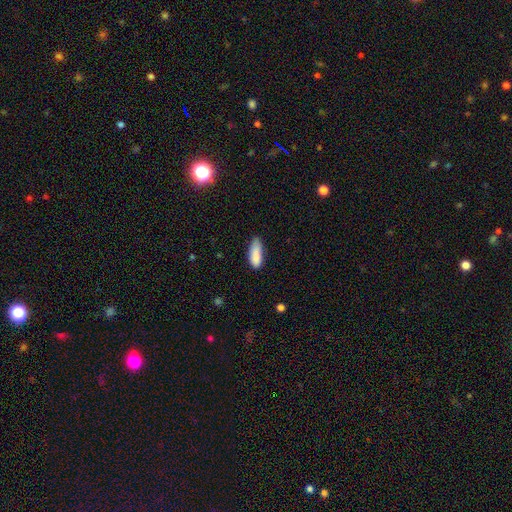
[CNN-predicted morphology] Smooth or featured?
  - smooth: 87% *
  - star or artifact: 7%
  - featured or disk: 6%
How rounded?
  - in between: 67% *
  - cigar-shaped: 32%
  - round: 2%
Merging?
  - none: 59% *
  - minor disturbance: 33%
  - major disturbance: 6%
  - merger: 2%